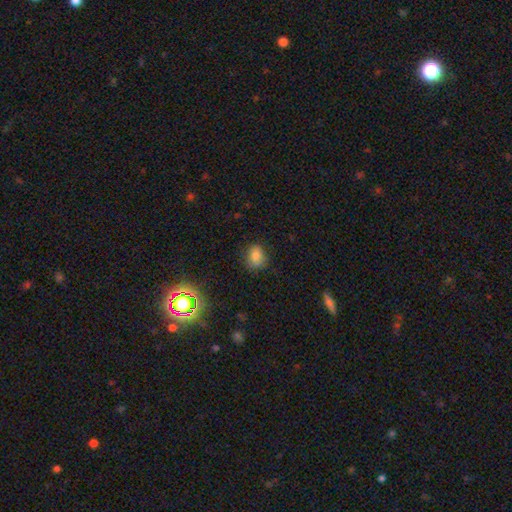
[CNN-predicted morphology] The model was most divided on "how rounded": round: 54%, in between: 45%, cigar-shaped: 1%. More confident: smooth or featured — smooth (78%); merging — none (74%).